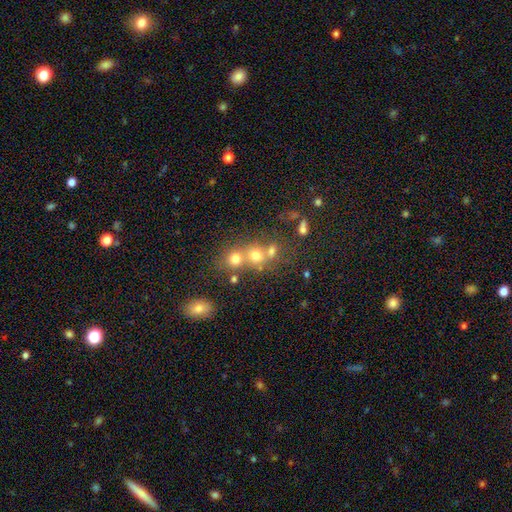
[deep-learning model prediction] smooth_or_featured: smooth (p=0.63) [alt: star or artifact p=0.20]
how_rounded: round (p=0.80) [alt: in between p=0.19]
merging: merger (p=0.48) [alt: none p=0.41]